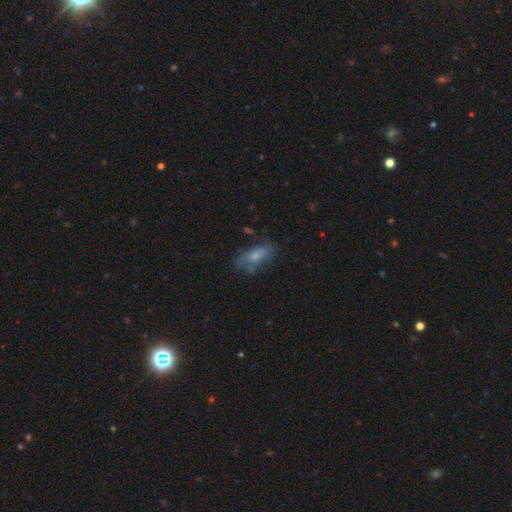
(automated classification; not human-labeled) Smooth or featured: smooth — 55% (featured or disk — 35%)
How rounded: in between — 77% (cigar-shaped — 18%)
Merging: none — 58% (minor disturbance — 25%)